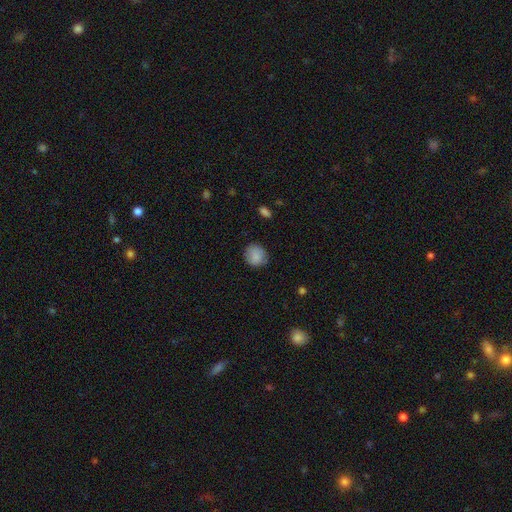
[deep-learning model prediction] Q: Smooth or featured?
A: smooth (87%); runner-up: star or artifact (8%)
Q: How rounded?
A: round (85%); runner-up: in between (14%)
Q: Merging?
A: none (80%); runner-up: minor disturbance (15%)